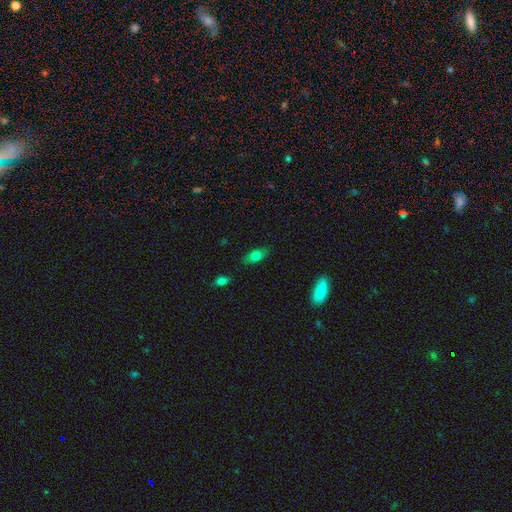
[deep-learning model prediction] Smooth or featured?
  - smooth: 73% *
  - featured or disk: 18%
  - star or artifact: 9%
How rounded?
  - in between: 83% *
  - cigar-shaped: 11%
  - round: 6%
Merging?
  - none: 82% *
  - minor disturbance: 13%
  - major disturbance: 3%
  - merger: 2%